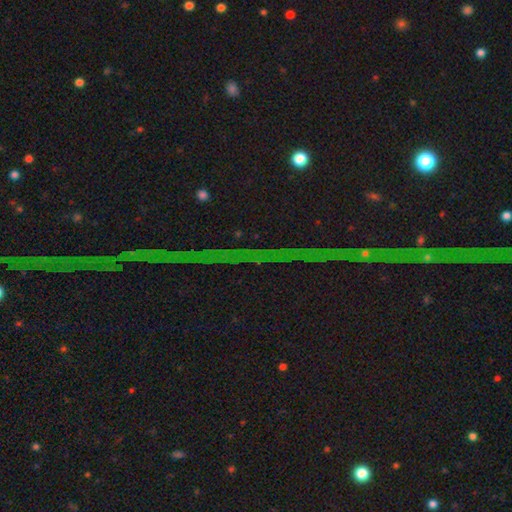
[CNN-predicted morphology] Smooth or featured: star or artifact — 84% (featured or disk — 10%)